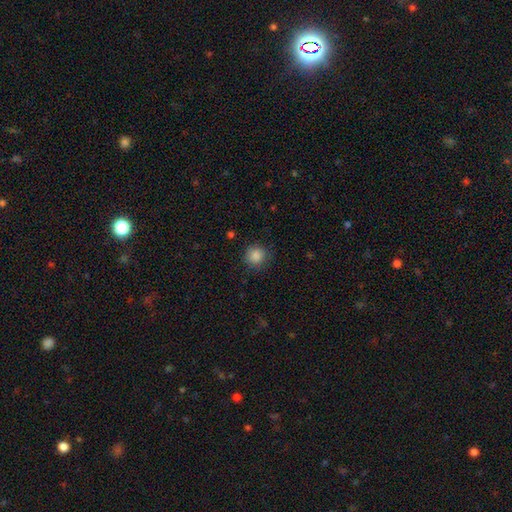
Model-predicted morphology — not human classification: type=smooth (86%); roundness=round (89%); merging=none (82%).